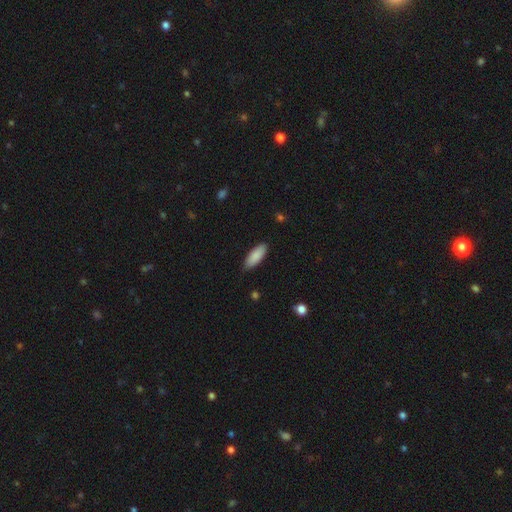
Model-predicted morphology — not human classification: A smooth galaxy with no disk features (88%) that is in between round and cigar-shaped (72%).

Vote fractions:
- Smooth or featured? smooth: 88% / featured or disk: 6% / star or artifact: 6%
- How rounded? in between: 72% / cigar-shaped: 26% / round: 2%
- Merging? none: 83% / minor disturbance: 13% / major disturbance: 2% / merger: 1%